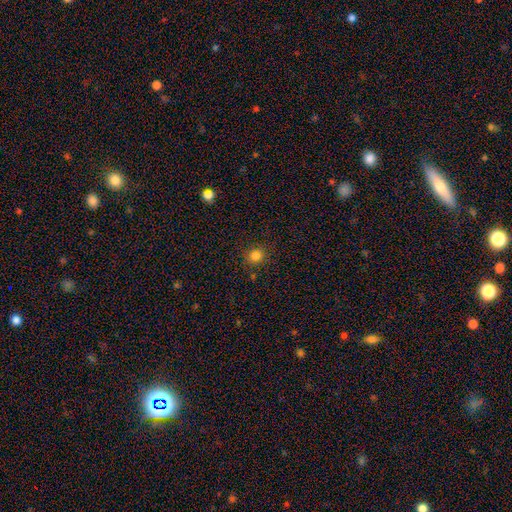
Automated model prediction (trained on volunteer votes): A smooth galaxy with no disk features (82%) that is round (88%). Merging: none (87%).